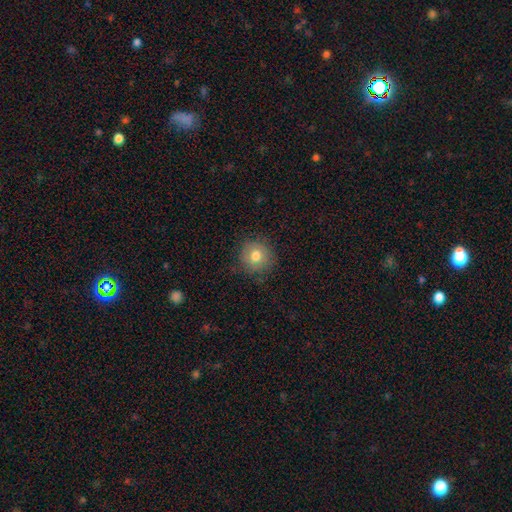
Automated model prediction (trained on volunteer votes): smooth 77%, featured or disk 12%, star or artifact 11%. Down the decision tree: how rounded — round (92%); merging — none (85%).